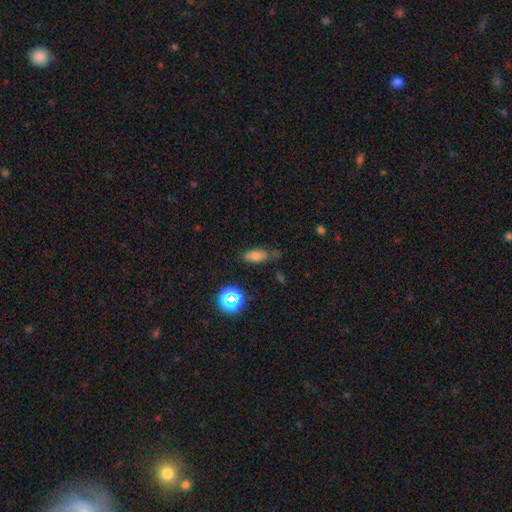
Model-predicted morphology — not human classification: Smooth or featured: smooth — 72% (star or artifact — 18%)
How rounded: in between — 79% (cigar-shaped — 14%)
Merging: none — 60% (minor disturbance — 27%)